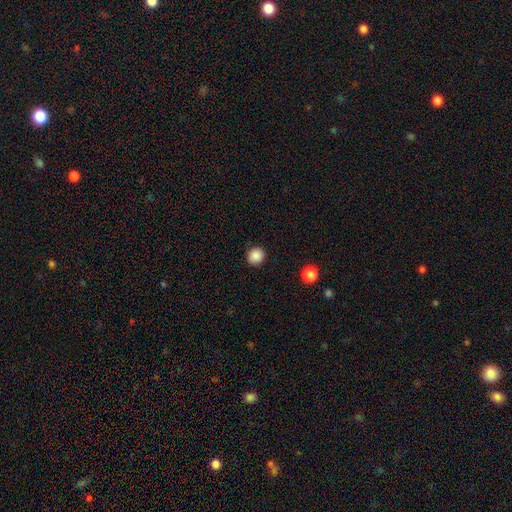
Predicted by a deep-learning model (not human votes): A smooth galaxy with no disk features (87%) that is round (89%).

Vote fractions:
- Smooth or featured? smooth: 87% / star or artifact: 10% / featured or disk: 3%
- How rounded? round: 89% / in between: 10% / cigar-shaped: 1%
- Merging? none: 91% / minor disturbance: 6% / major disturbance: 2% / merger: 1%